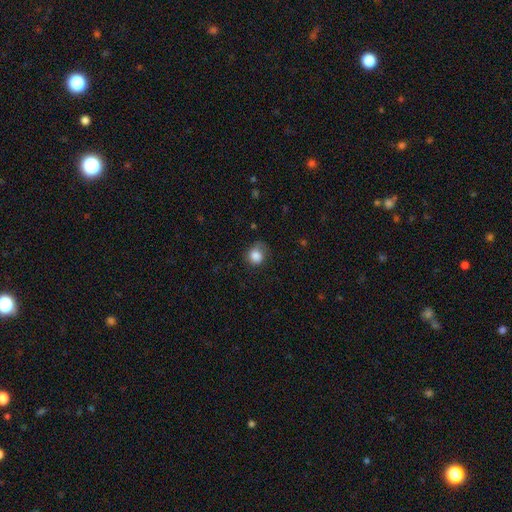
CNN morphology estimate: A smooth galaxy with no disk features (84%) that is round (74%). Merging: none (58%).